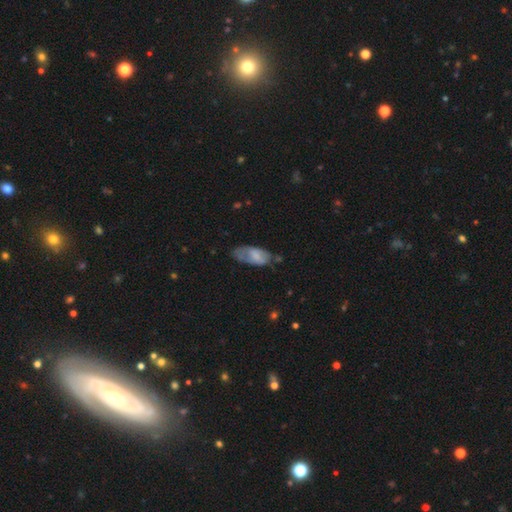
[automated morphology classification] Smooth or featured?
  - smooth: 63% *
  - featured or disk: 30%
  - star or artifact: 7%
How rounded?
  - in between: 88% *
  - cigar-shaped: 9%
  - round: 2%
Merging?
  - none: 41% *
  - minor disturbance: 36%
  - major disturbance: 19%
  - merger: 4%